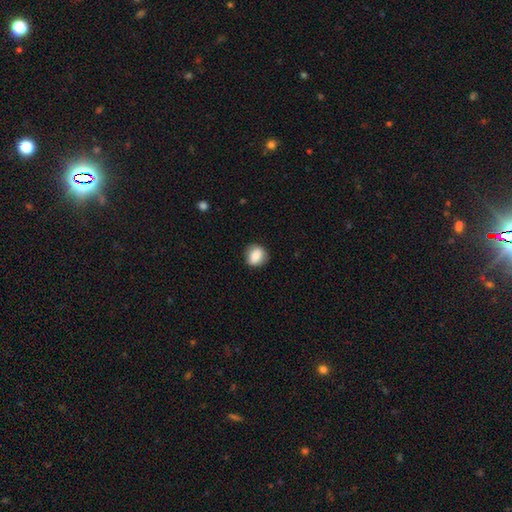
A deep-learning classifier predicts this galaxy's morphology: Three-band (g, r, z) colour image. It shows a smooth galaxy with no disk features (83%) that is round (67%). Merging: none (85%).